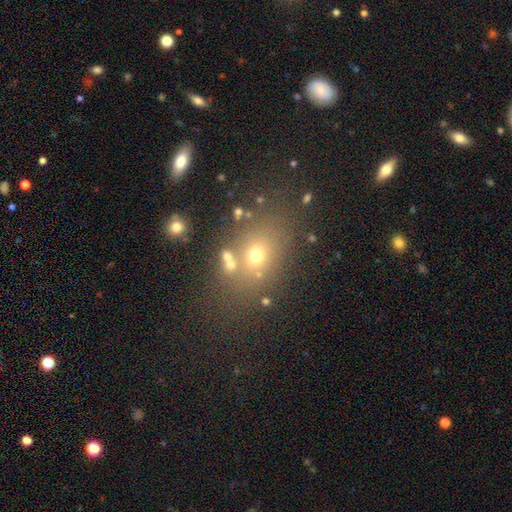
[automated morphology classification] The model was most divided on "how rounded": in between: 60%, round: 38%, cigar-shaped: 2%. More confident: merging — none (64%); smooth or featured — smooth (58%).